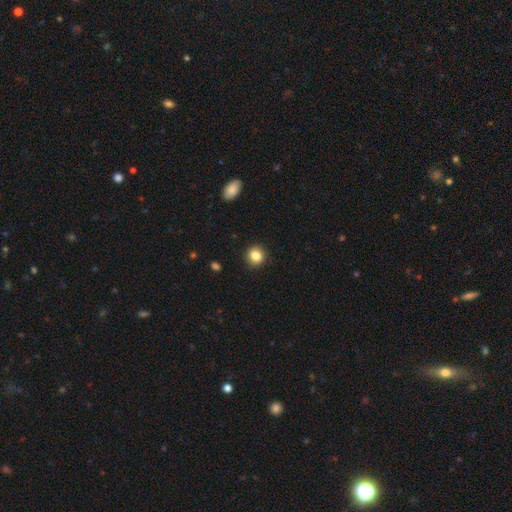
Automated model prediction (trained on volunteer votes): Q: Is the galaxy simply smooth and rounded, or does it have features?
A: smooth — 84%.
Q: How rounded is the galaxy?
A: round — 84%.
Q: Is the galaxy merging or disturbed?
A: none — 90%.